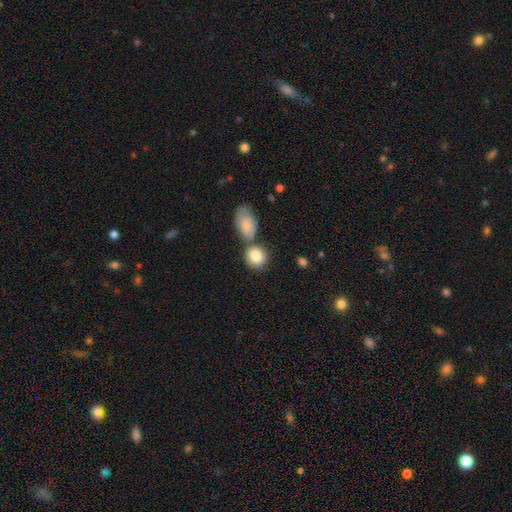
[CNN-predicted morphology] Smooth or featured? Predicted: smooth (p=0.83). How rounded? Predicted: round (p=0.69). Merging? Predicted: none (p=0.56).